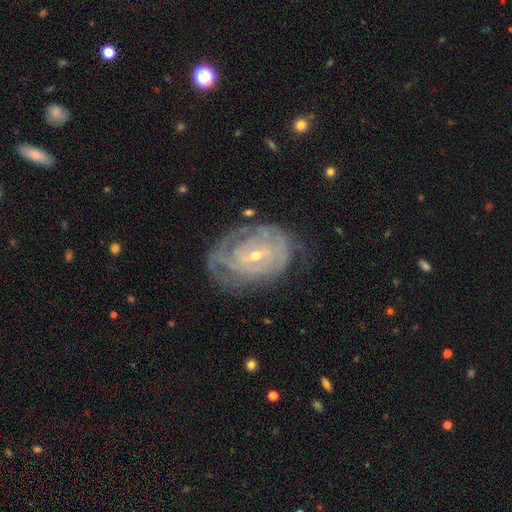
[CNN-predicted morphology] Smooth or featured? Predicted: featured or disk (p=0.83). Edge-on disk? Predicted: no (p=0.96). Bar? Predicted: weak (p=0.46). Spiral arms? Predicted: yes (p=0.88). Spiral winding? Predicted: tight (p=0.74). Spiral arm count? Predicted: can't tell (p=0.50). Bulge size? Predicted: small (p=0.66). Merging? Predicted: none (p=0.57).